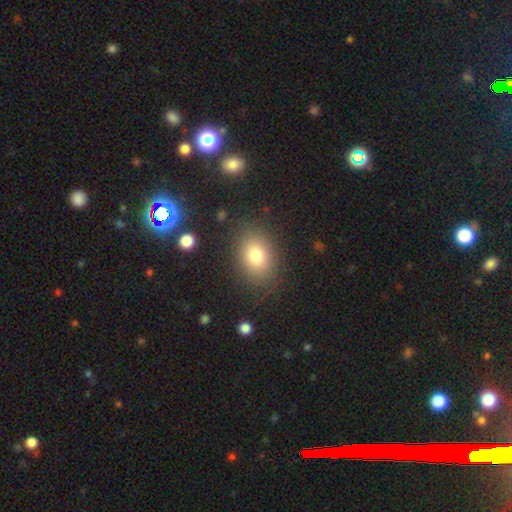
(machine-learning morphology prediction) Smooth or featured? smooth (79%)
How rounded? in between (74%)
Merging? none (85%)